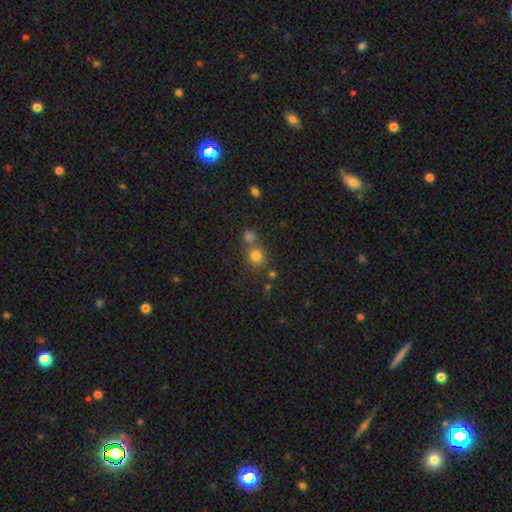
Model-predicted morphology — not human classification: type=smooth (77%); roundness=round (81%); merging=none (60%).